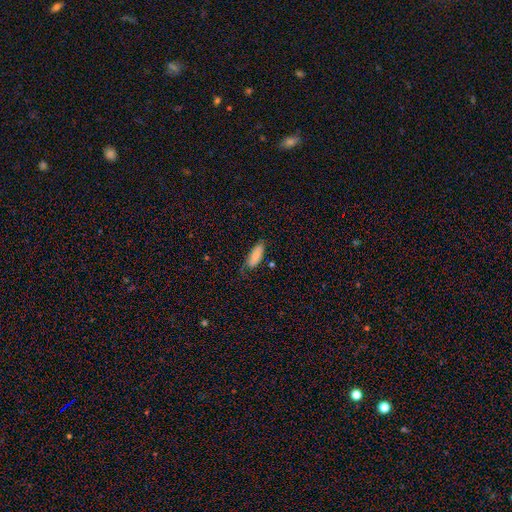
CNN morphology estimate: This is likely a smooth galaxy (76%). How rounded: likely in between (76%). Merging: possibly none (58%).